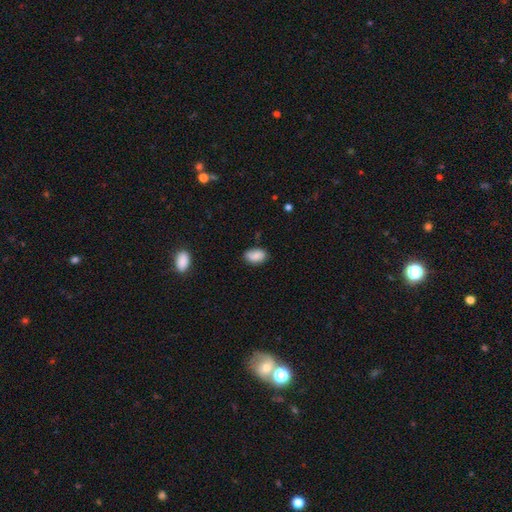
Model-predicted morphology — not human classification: Overall: smooth (80%). How rounded: in between (89%). Merging: none (70%).